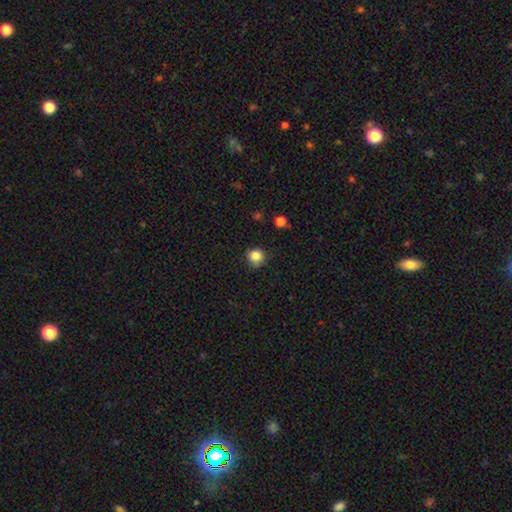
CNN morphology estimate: Smooth or featured?
  - smooth: 84% *
  - star or artifact: 12%
  - featured or disk: 5%
How rounded?
  - round: 90% *
  - in between: 9%
  - cigar-shaped: 1%
Merging?
  - none: 79% *
  - minor disturbance: 16%
  - major disturbance: 3%
  - merger: 2%